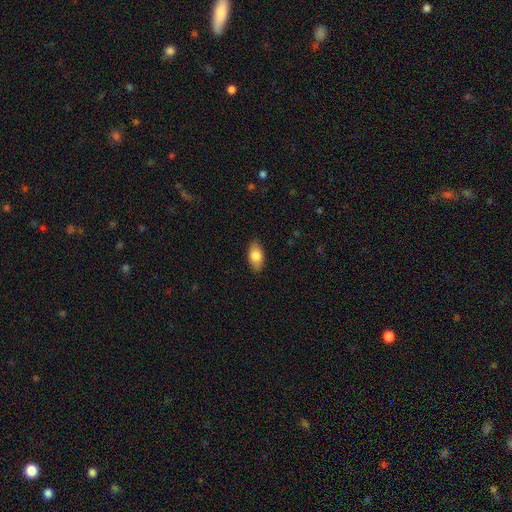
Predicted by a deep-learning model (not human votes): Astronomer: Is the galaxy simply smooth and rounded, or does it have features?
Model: smooth — 81%.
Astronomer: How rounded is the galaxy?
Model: in between — 91%.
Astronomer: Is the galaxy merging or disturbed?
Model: none — 87%.